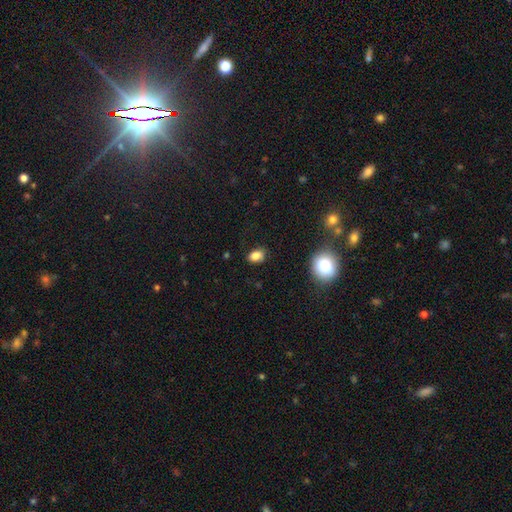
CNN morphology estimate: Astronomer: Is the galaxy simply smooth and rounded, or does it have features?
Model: smooth — 83%.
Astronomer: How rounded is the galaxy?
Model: in between — 75%.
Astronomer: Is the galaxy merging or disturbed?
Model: none — 78%.